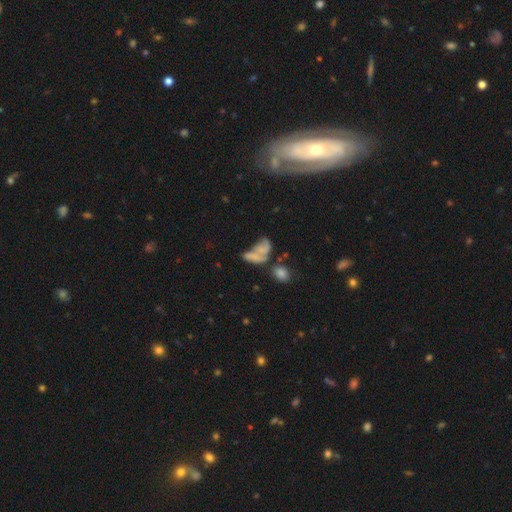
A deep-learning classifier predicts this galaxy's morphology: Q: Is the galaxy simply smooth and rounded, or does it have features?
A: smooth — 54%.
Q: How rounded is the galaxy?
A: in between — 81%.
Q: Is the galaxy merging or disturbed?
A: merger — 49%.